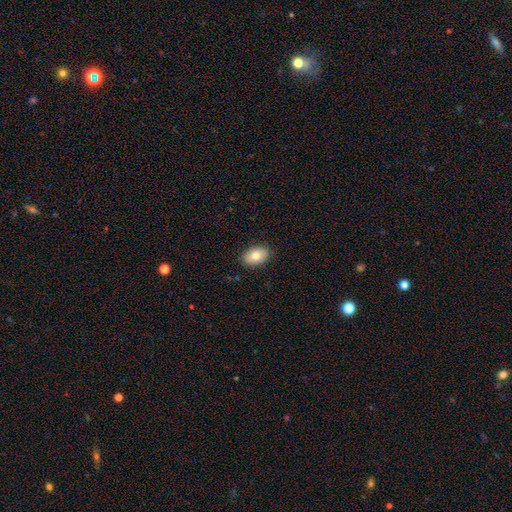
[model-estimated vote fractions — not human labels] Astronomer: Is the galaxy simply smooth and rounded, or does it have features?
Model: smooth — 80%.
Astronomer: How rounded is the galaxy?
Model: in between — 88%.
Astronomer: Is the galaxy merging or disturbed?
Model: none — 88%.